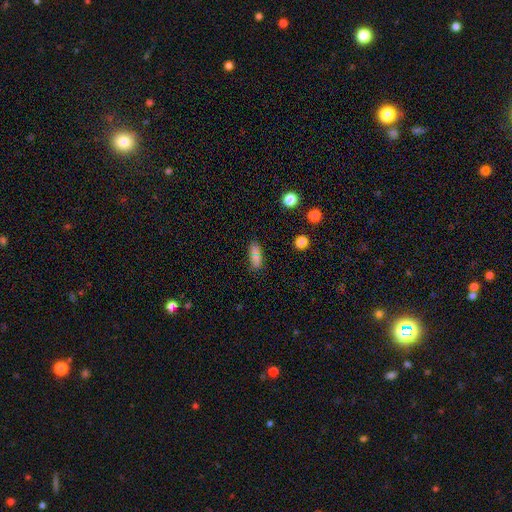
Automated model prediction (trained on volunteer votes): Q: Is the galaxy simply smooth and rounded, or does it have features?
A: smooth — 75%.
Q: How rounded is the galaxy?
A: in between — 72%.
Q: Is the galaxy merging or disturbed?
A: none — 66%.